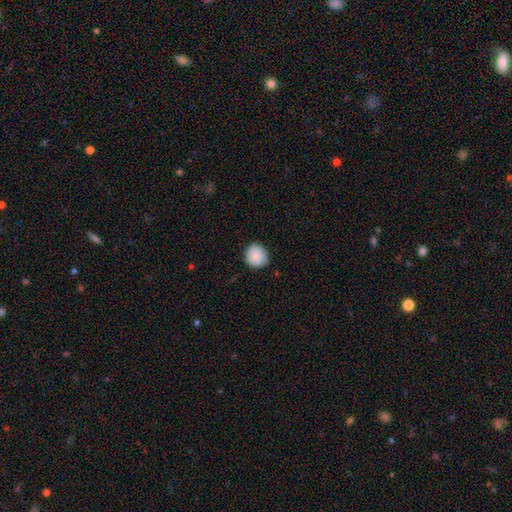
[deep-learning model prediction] Smooth or featured: smooth — 89% (star or artifact — 7%)
How rounded: round — 90% (in between — 9%)
Merging: none — 88% (minor disturbance — 9%)